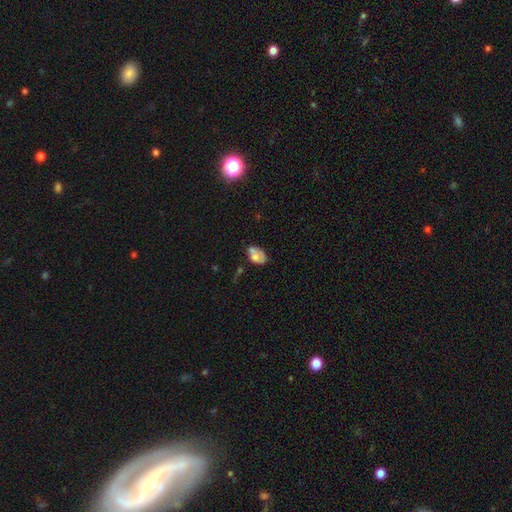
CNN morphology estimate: This is likely a smooth galaxy (62%). How rounded: clearly in between (85%). Merging: marginally none (35%).